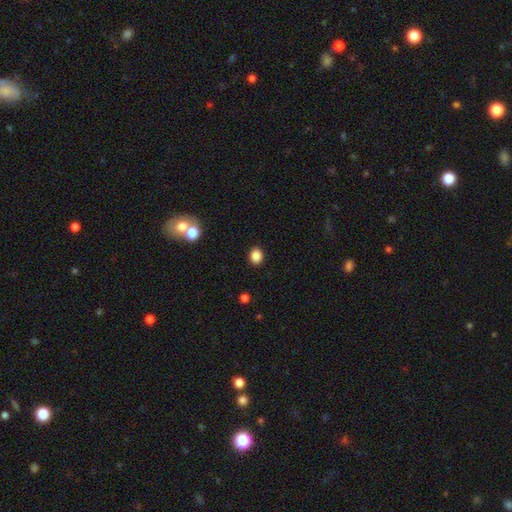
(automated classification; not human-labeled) smooth 86%, star or artifact 11%, featured or disk 3%. Down the decision tree: how rounded — round (74%); merging — none (91%).